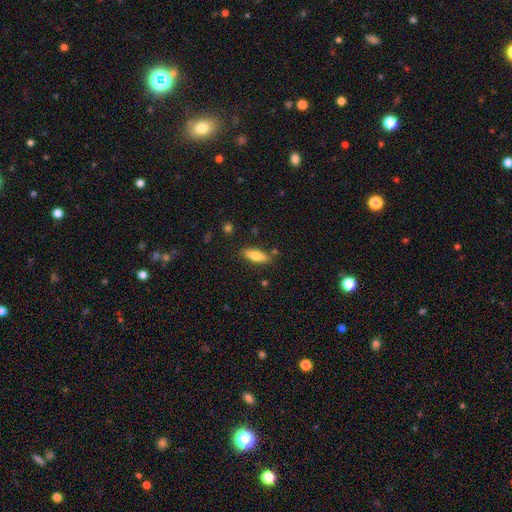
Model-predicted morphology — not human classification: smooth-or-featured: smooth: 75% | featured or disk: 19% | star or artifact: 6%
  how-rounded: in between: 57% | cigar-shaped: 41% | round: 2%
  merging: none: 81% | minor disturbance: 13% | merger: 4% | major disturbance: 3%